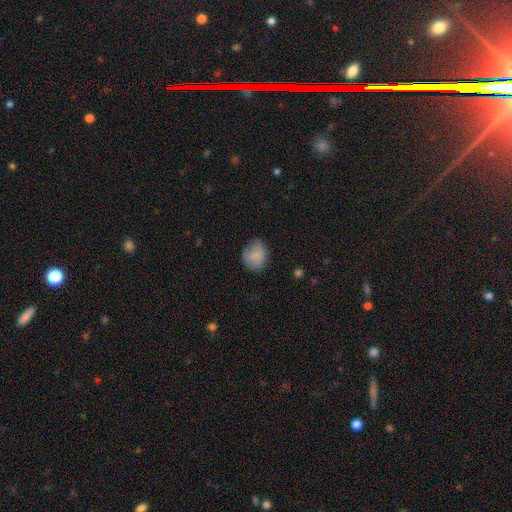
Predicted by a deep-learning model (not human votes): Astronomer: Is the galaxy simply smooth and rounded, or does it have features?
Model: smooth — 82%.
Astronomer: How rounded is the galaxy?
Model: round — 58% (runner-up: in between, 42%).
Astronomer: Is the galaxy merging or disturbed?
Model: none — 68%.